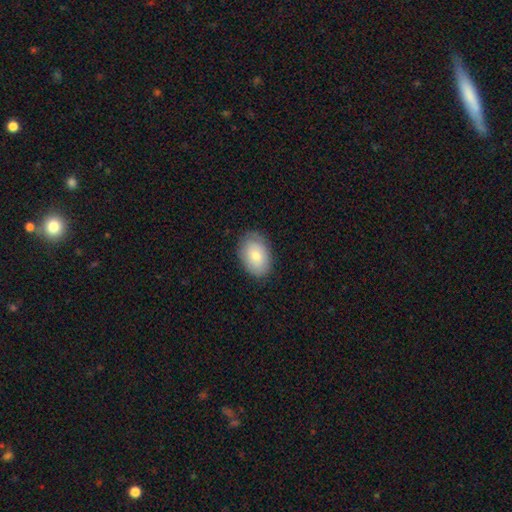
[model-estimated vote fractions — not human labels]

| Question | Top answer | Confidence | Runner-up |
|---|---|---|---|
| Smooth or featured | smooth | 76% | featured or disk (17%) |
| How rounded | in between | 81% | round (18%) |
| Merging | none | 81% | minor disturbance (14%) |